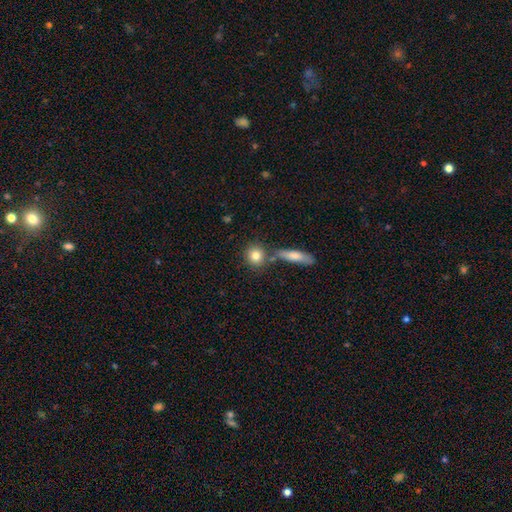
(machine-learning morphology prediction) Smooth or featured? smooth (81%)
How rounded? round (82%)
Merging? none (69%)